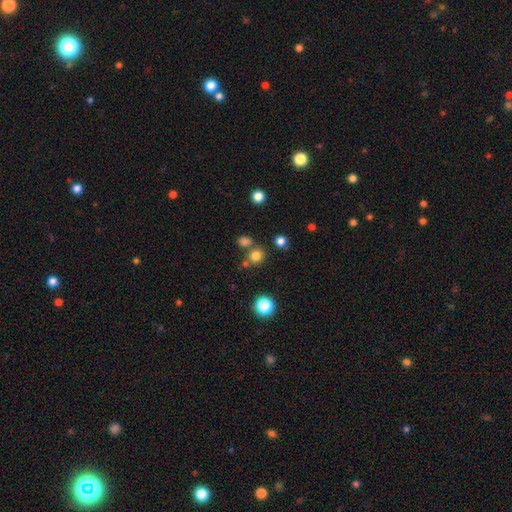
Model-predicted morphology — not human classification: smooth 77%, star or artifact 17%, featured or disk 6%. Down the decision tree: how rounded — round (79%); merging — none (69%).